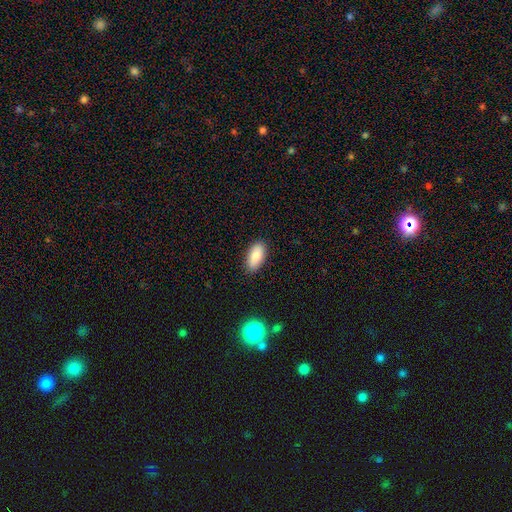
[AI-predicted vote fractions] smooth 85%, featured or disk 8%, star or artifact 7%. Down the decision tree: how rounded — in between (91%); merging — none (87%).